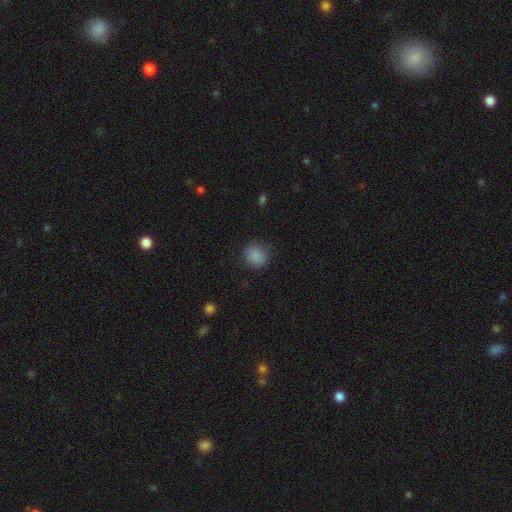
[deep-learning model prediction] Overall: smooth (87%). How rounded: round (82%). Merging: none (85%).